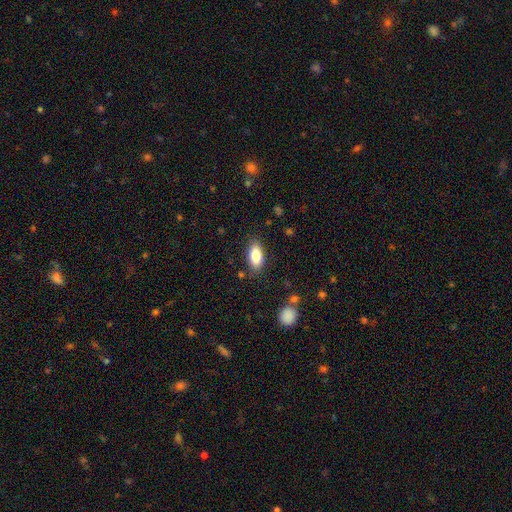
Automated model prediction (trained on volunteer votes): smooth_or_featured: smooth (p=0.83) [alt: featured or disk p=0.10]
how_rounded: in between (p=0.88) [alt: cigar-shaped p=0.09]
merging: none (p=0.84) [alt: minor disturbance p=0.11]